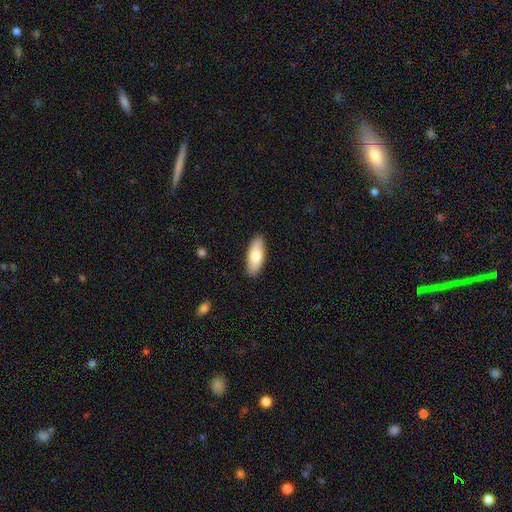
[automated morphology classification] Smooth or featured: smooth — 77% (featured or disk — 18%)
How rounded: in between — 77% (cigar-shaped — 21%)
Merging: none — 89% (minor disturbance — 9%)